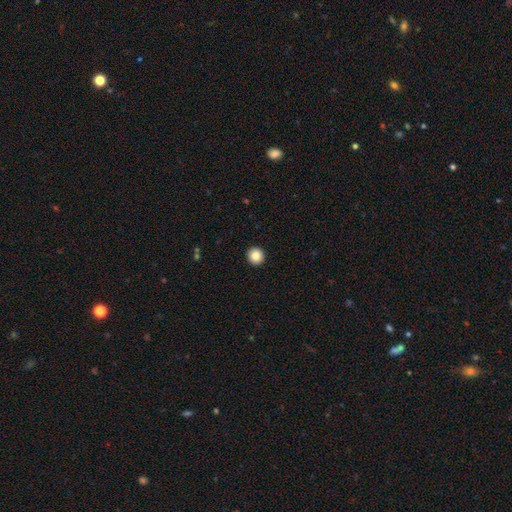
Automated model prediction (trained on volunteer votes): The model was most divided on "smooth or featured": smooth: 86%, star or artifact: 9%, featured or disk: 5%. More confident: merging — none (94%); how rounded — round (94%).